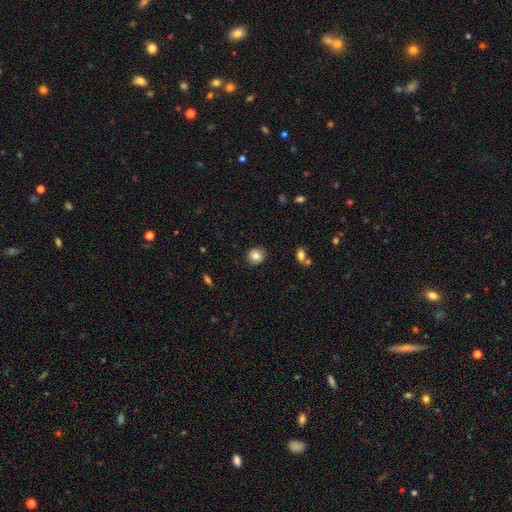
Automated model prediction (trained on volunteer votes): A smooth galaxy with no disk features (81%) that is round (82%).

Vote fractions:
- Smooth or featured? smooth: 81% / featured or disk: 10% / star or artifact: 9%
- How rounded? round: 82% / in between: 17% / cigar-shaped: 1%
- Merging? none: 87% / minor disturbance: 9% / major disturbance: 2% / merger: 1%